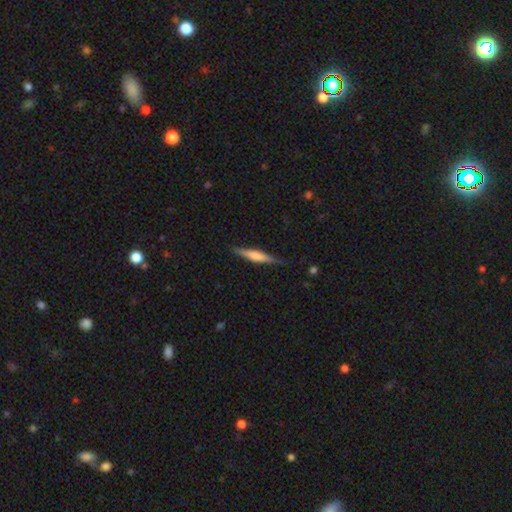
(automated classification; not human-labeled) smooth_or_featured: smooth (p=0.52) [alt: featured or disk p=0.42]
how_rounded: cigar-shaped (p=0.90) [alt: in between p=0.08]
merging: none (p=0.81) [alt: minor disturbance p=0.14]